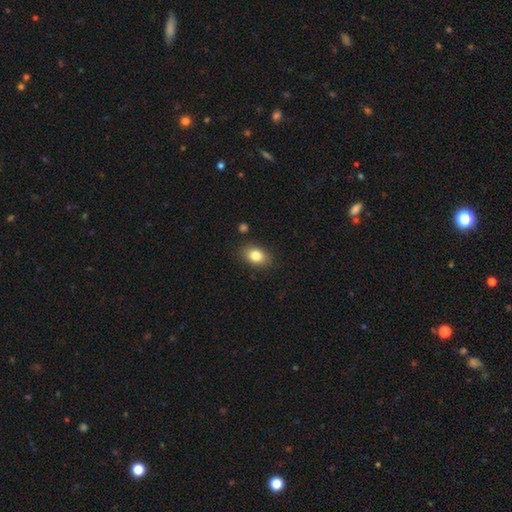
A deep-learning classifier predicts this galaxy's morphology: Smooth or featured?
  - smooth: 83% *
  - star or artifact: 9%
  - featured or disk: 8%
How rounded?
  - in between: 78% *
  - round: 21%
  - cigar-shaped: 1%
Merging?
  - none: 86% *
  - minor disturbance: 10%
  - major disturbance: 2%
  - merger: 2%